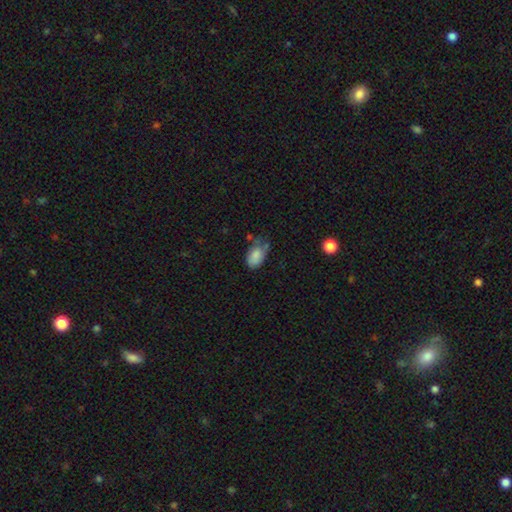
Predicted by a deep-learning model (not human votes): smooth-or-featured: smooth: 81% | featured or disk: 11% | star or artifact: 8%
  how-rounded: in between: 91% | round: 8% | cigar-shaped: 2%
  merging: minor disturbance: 41% | none: 38% | major disturbance: 15% | merger: 6%